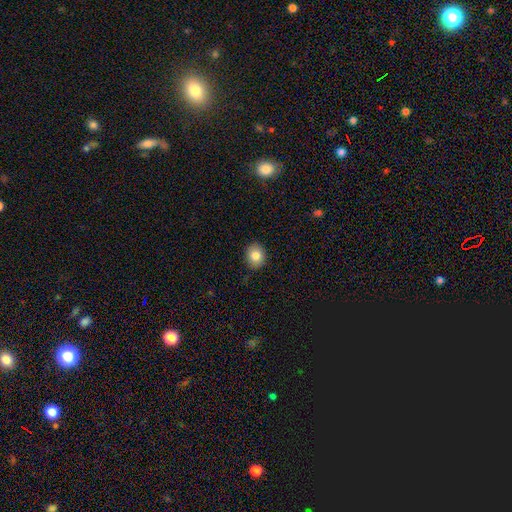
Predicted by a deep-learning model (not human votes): Smooth or featured? Predicted: smooth (p=0.83). How rounded? Predicted: round (p=0.64). Merging? Predicted: none (p=0.89).